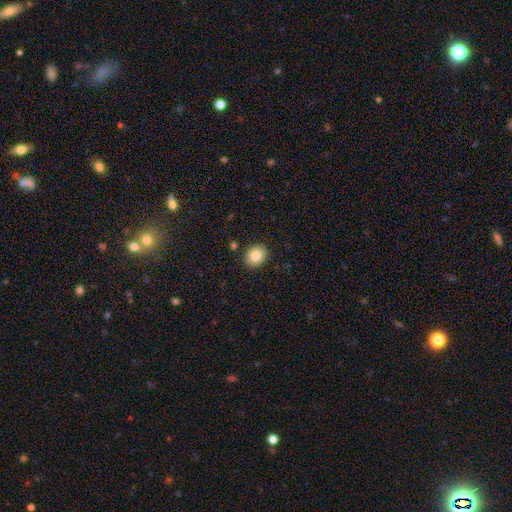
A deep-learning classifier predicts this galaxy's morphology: Smooth or featured: smooth — 86% (star or artifact — 8%)
How rounded: round — 65% (in between — 34%)
Merging: none — 89% (minor disturbance — 7%)